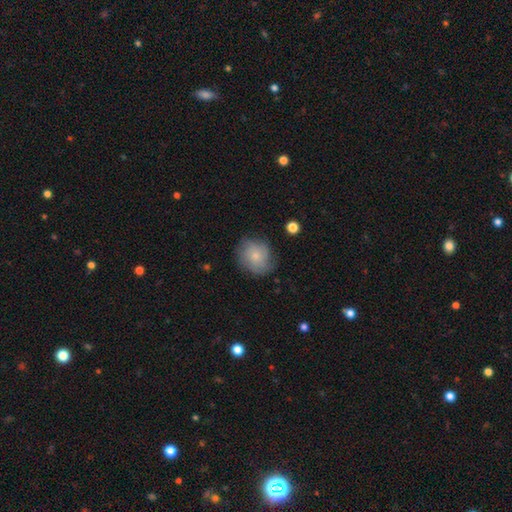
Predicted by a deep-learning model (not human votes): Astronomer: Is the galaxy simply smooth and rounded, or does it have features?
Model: smooth — 54% (runner-up: featured or disk, 37%).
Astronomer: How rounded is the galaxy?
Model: round — 75%.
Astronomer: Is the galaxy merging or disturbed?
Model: none — 72%.